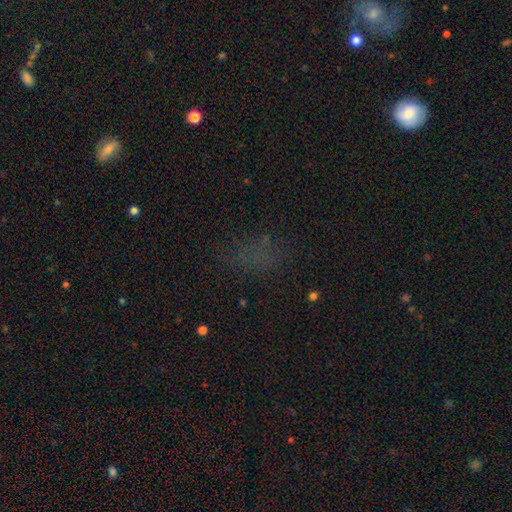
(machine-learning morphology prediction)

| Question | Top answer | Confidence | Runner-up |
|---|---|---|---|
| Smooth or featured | smooth | 48% | star or artifact (40%) |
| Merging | none | 70% | minor disturbance (16%) |